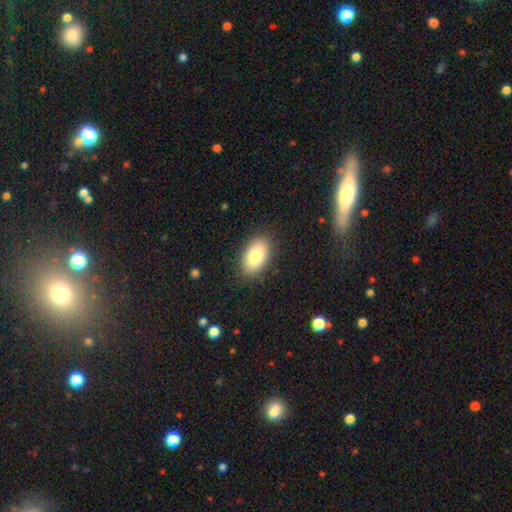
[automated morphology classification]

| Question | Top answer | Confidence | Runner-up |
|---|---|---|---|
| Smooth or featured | smooth | 84% | featured or disk (10%) |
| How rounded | in between | 94% | round (5%) |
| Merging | none | 87% | minor disturbance (9%) |